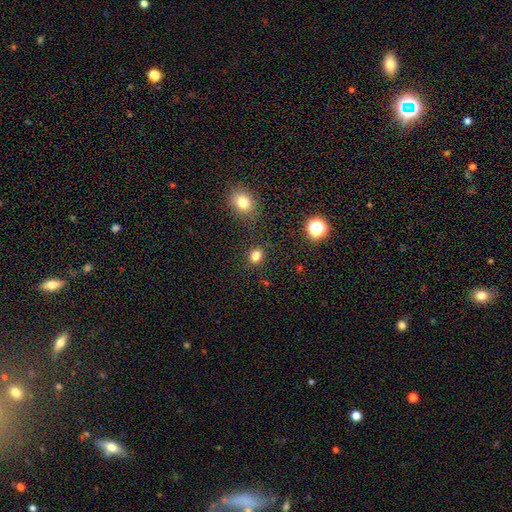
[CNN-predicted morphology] smooth_or_featured: smooth (p=0.81) [alt: star or artifact p=0.15]
how_rounded: round (p=0.71) [alt: in between p=0.28]
merging: none (p=0.86) [alt: minor disturbance p=0.08]